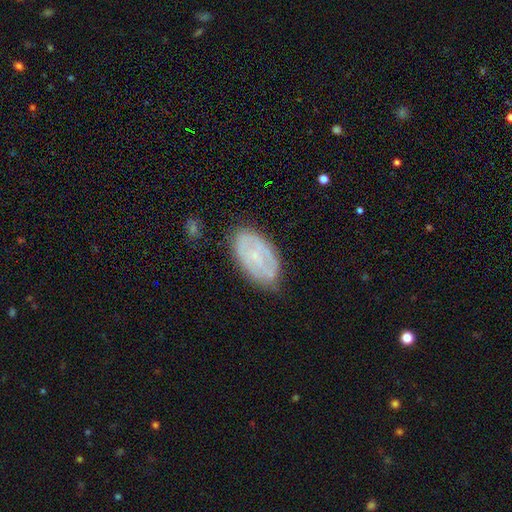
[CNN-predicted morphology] Smooth or featured? featured or disk (63%)
Edge-on disk? no (94%)
Bar? no (58%)
Spiral arms? yes (66%)
Bulge size? small (72%)
Merging? none (75%)